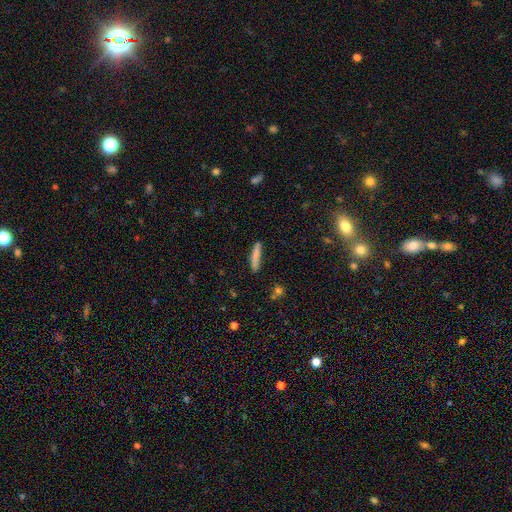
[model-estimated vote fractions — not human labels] A smooth galaxy with no disk features (79%) that is cigar-shaped (90%). Merging: none (85%).